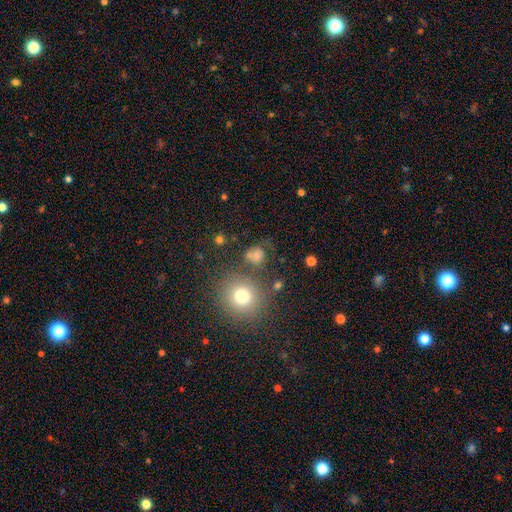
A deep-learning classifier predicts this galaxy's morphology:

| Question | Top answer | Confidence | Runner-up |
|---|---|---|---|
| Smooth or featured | smooth | 67% | star or artifact (20%) |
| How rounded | round | 76% | in between (23%) |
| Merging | none | 58% | minor disturbance (18%) |